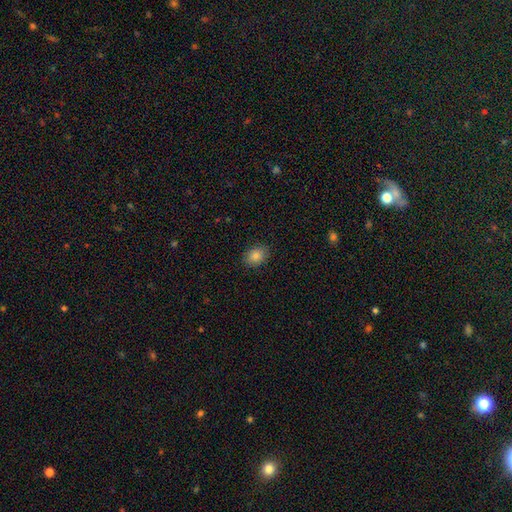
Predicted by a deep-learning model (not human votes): Smooth or featured? smooth (84%)
How rounded? in between (64%)
Merging? none (88%)